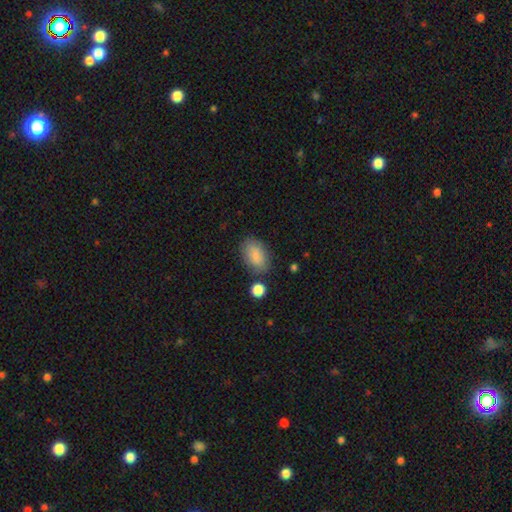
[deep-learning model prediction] Smooth or featured? Predicted: smooth (p=0.86). How rounded? Predicted: in between (p=0.91). Merging? Predicted: none (p=0.76).